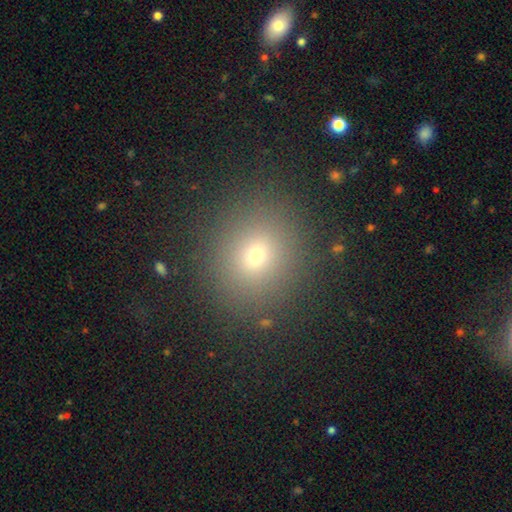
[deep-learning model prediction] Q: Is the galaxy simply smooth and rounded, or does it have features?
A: smooth — 69%.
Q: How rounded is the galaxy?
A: round — 78%.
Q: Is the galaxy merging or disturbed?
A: none — 86%.